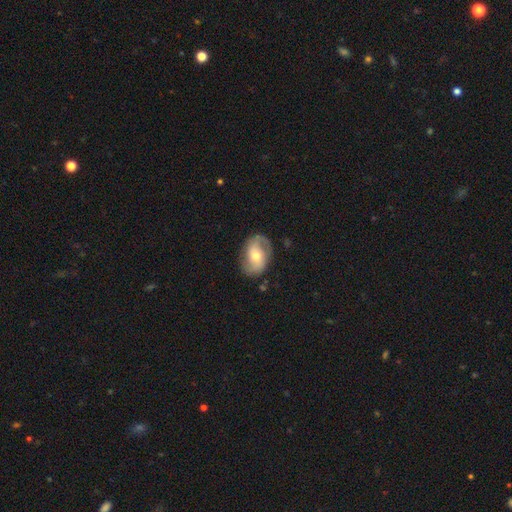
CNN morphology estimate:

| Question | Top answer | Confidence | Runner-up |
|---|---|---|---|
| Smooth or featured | featured or disk | 68% | smooth (25%) |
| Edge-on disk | no | 96% | yes (4%) |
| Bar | no | 49% | weak (37%) |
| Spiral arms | yes | 85% | no (15%) |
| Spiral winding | medium | 41% | loose (39%) |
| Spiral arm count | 2 | 86% | can't tell (7%) |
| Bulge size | moderate | 64% | small (28%) |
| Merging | none | 77% | minor disturbance (16%) |